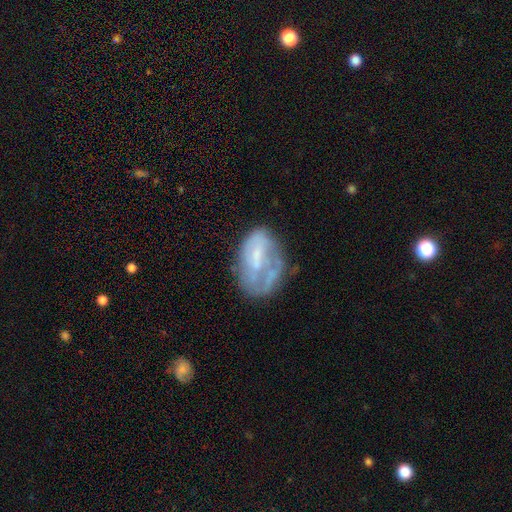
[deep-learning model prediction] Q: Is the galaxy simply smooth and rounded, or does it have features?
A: featured or disk — 53%.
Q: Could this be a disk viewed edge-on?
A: no — 96%.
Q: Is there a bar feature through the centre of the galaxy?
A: no — 54%.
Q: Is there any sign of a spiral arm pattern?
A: no — 67%.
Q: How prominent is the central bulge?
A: small — 43%.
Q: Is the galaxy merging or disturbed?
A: none — 43%.